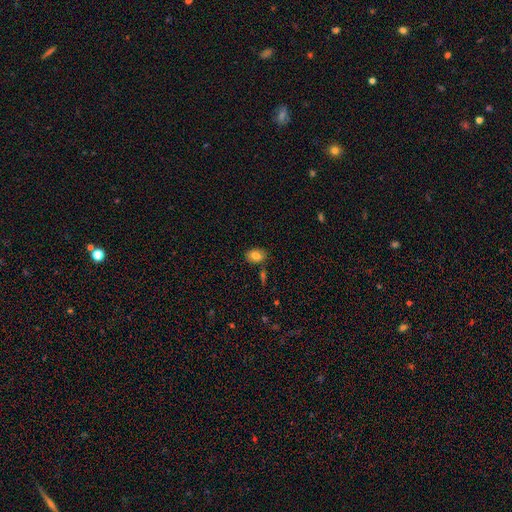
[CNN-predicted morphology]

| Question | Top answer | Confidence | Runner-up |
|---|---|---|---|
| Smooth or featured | smooth | 82% | featured or disk (9%) |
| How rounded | in between | 75% | round (23%) |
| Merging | none | 81% | minor disturbance (11%) |